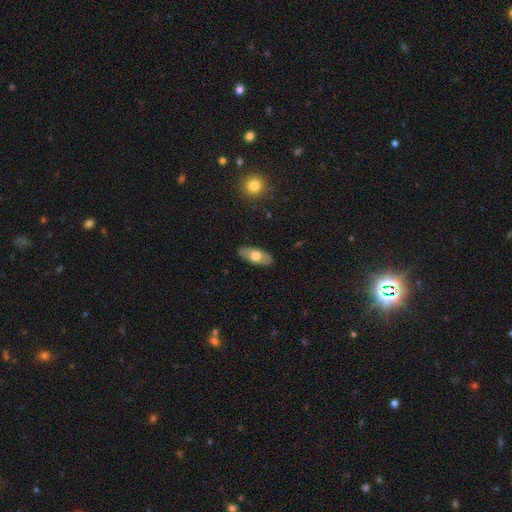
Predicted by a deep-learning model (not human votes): smooth-or-featured: smooth: 60% | featured or disk: 34% | star or artifact: 6%
  how-rounded: in between: 85% | cigar-shaped: 11% | round: 4%
  merging: none: 86% | minor disturbance: 11% | major disturbance: 2% | merger: 1%